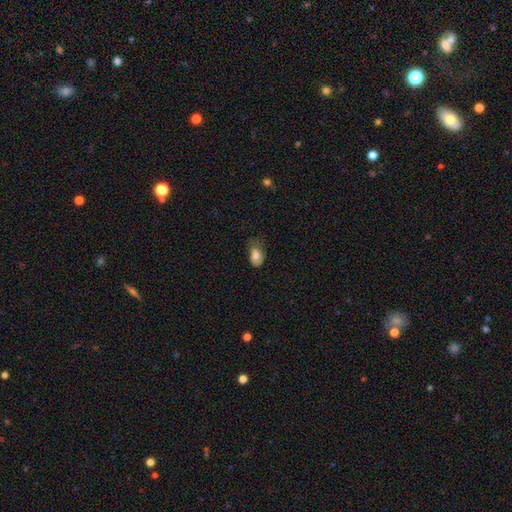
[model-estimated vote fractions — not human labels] smooth 78%, featured or disk 14%, star or artifact 8%. Down the decision tree: how rounded — in between (86%); merging — minor disturbance (40%).